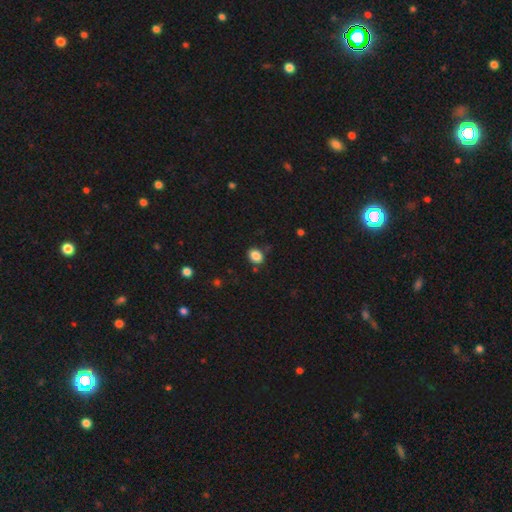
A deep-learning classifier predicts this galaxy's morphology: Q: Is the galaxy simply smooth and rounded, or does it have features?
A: smooth — 86%.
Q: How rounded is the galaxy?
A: in between — 59%.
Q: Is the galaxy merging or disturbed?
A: none — 80%.